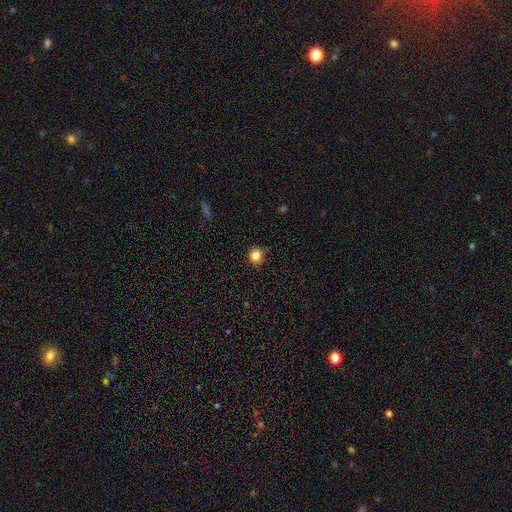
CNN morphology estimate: A smooth galaxy with no disk features (82%) that is round (90%). Merging: none (78%).